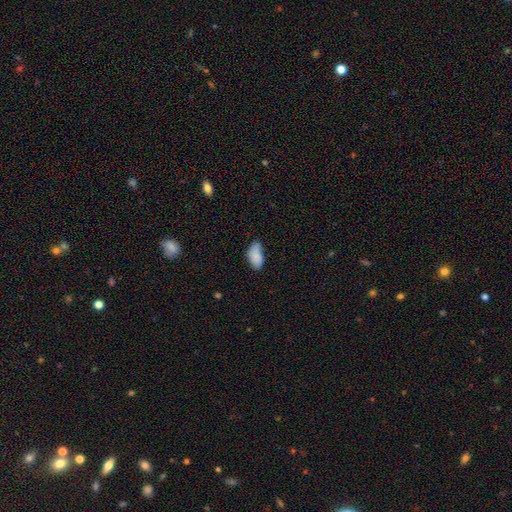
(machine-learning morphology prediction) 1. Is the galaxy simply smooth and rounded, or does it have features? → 83% smooth, 9% featured or disk, 7% star or artifact.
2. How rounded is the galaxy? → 94% in between, 4% cigar-shaped, 3% round.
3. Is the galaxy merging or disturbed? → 55% none, 34% minor disturbance, 7% major disturbance, 4% merger.